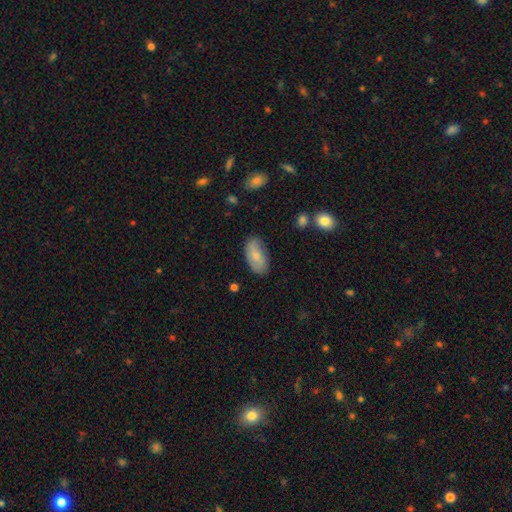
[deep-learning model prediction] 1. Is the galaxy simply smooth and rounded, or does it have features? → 71% smooth, 23% featured or disk, 6% star or artifact.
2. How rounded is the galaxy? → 93% in between, 4% cigar-shaped, 3% round.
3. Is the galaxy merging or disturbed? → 76% none, 18% minor disturbance, 4% major disturbance, 2% merger.